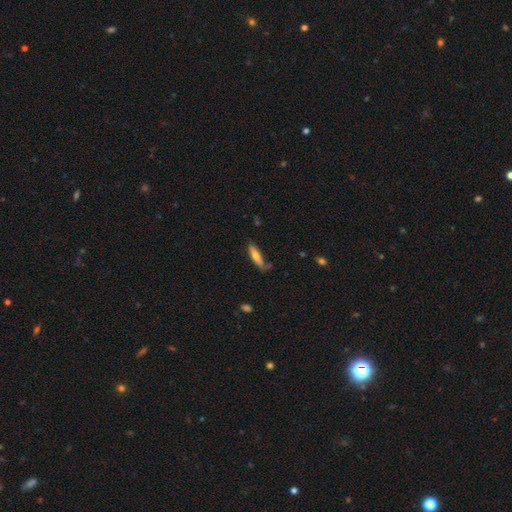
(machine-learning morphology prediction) Overall: smooth (62%; featured or disk 31%). How rounded: cigar-shaped (71%). Merging: none (67%).